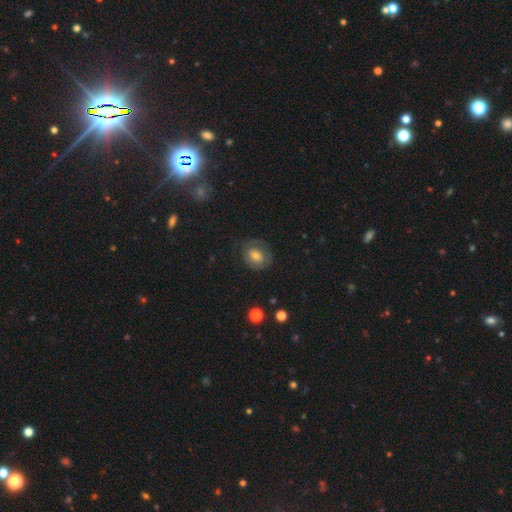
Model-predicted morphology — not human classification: Smooth or featured? Predicted: smooth (p=0.57). How rounded? Predicted: round (p=0.57). Merging? Predicted: none (p=0.73).